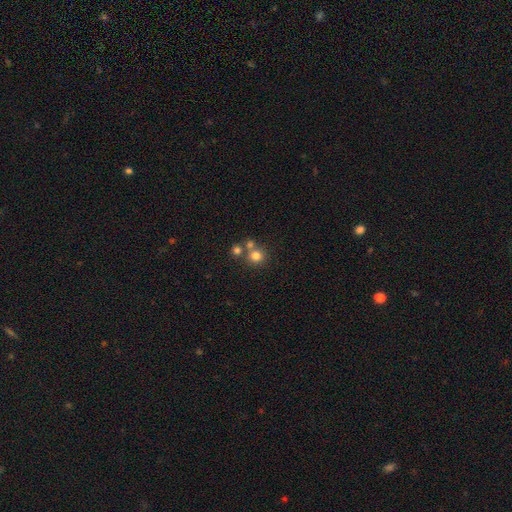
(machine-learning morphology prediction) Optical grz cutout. It shows a smooth galaxy with no disk features (75%) that is round (90%). Merging: none (58%).